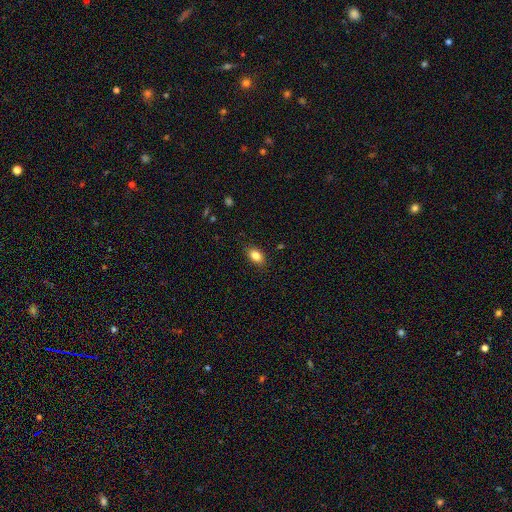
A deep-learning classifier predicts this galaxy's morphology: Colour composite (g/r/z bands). It shows a smooth galaxy with no disk features (84%) that is in between round and cigar-shaped (84%). Merging: none (86%).